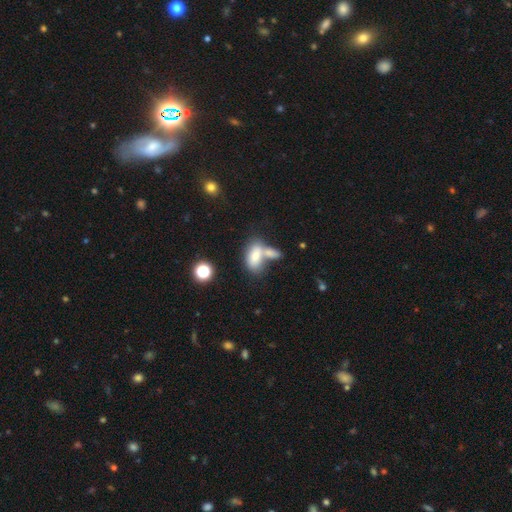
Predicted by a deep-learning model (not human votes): A smooth galaxy with no disk features (74%) that is in between round and cigar-shaped (87%).

Vote fractions:
- Smooth or featured? smooth: 74% / featured or disk: 17% / star or artifact: 9%
- How rounded? in between: 87% / cigar-shaped: 7% / round: 5%
- Merging? merger: 53% / none: 31% / minor disturbance: 10% / major disturbance: 6%